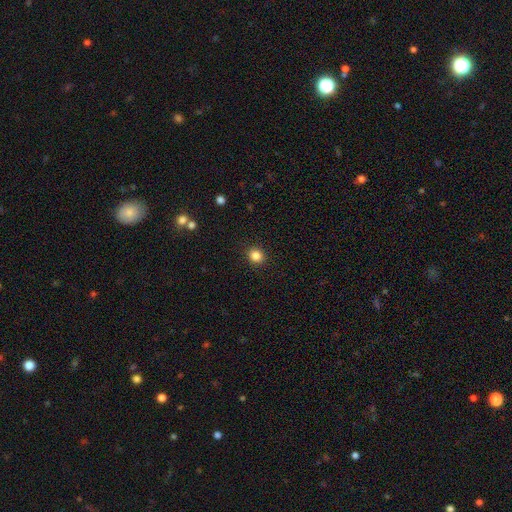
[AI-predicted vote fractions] smooth-or-featured: smooth: 85% | star or artifact: 11% | featured or disk: 4%
  how-rounded: round: 82% | in between: 17% | cigar-shaped: 1%
  merging: none: 91% | minor disturbance: 6% | major disturbance: 2% | merger: 1%